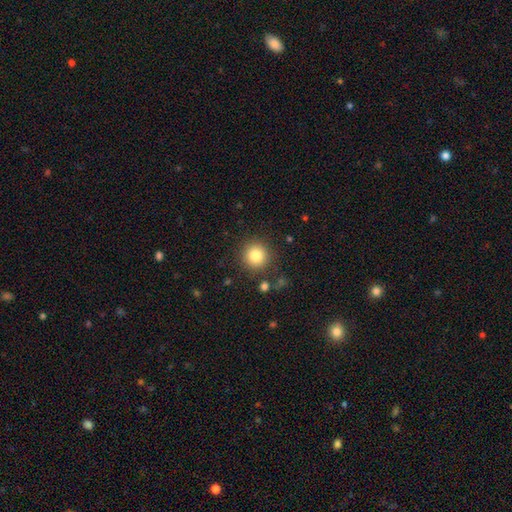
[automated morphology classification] Smooth or featured? Predicted: smooth (p=0.82). How rounded? Predicted: round (p=0.94). Merging? Predicted: none (p=0.87).